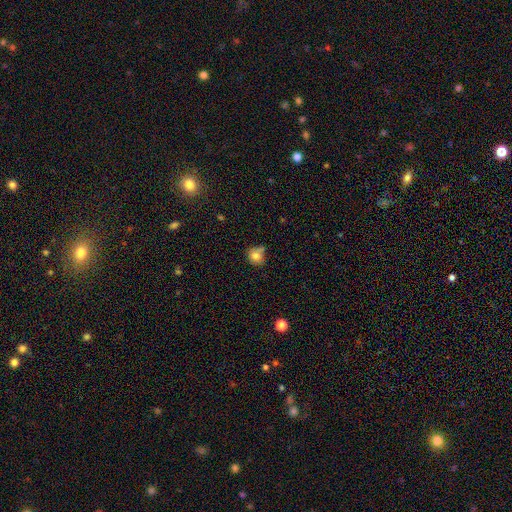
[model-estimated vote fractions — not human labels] smooth_or_featured: smooth (p=0.78) [alt: star or artifact p=0.11]
how_rounded: round (p=0.75) [alt: in between p=0.24]
merging: none (p=0.53) [alt: minor disturbance p=0.24]